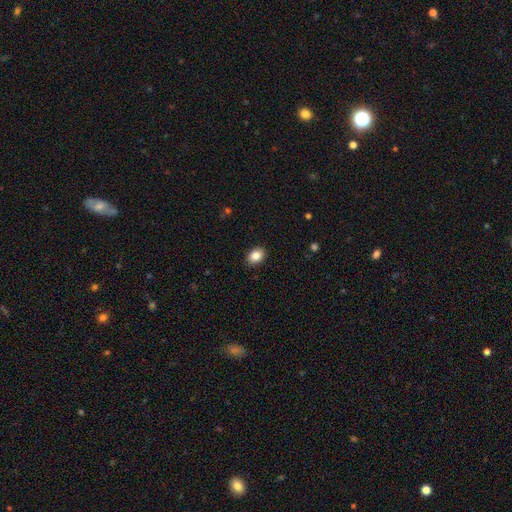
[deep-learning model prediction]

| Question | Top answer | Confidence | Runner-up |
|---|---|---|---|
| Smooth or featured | smooth | 86% | star or artifact (8%) |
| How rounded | in between | 75% | round (24%) |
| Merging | none | 89% | minor disturbance (8%) |